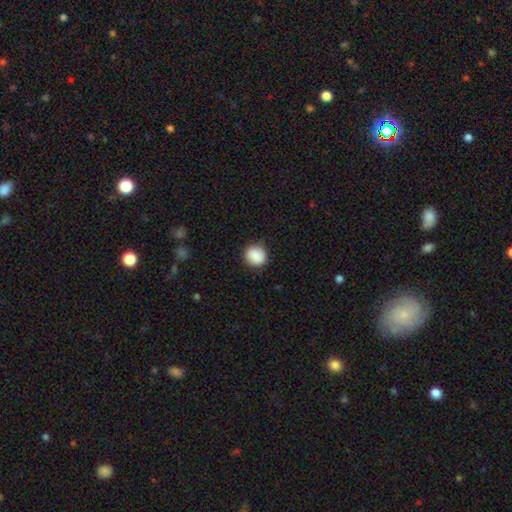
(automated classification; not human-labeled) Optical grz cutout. It shows a smooth galaxy with no disk features (87%) that is round (82%). Merging: none (85%).